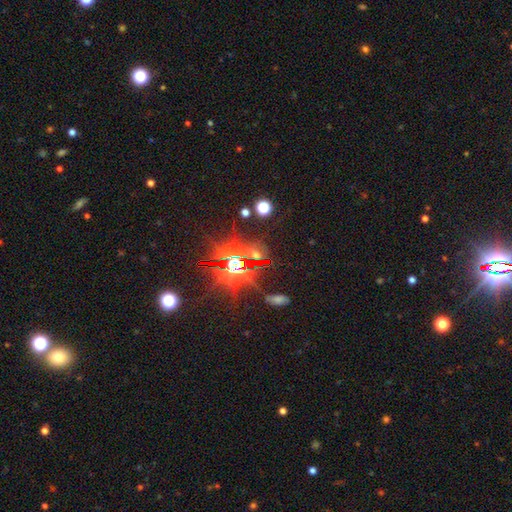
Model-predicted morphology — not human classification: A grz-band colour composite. It shows a star or artifact, not a galaxy (80%).